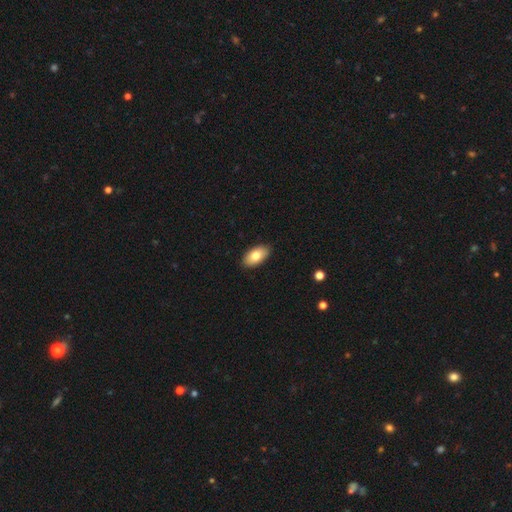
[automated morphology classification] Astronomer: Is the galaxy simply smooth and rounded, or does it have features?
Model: smooth — 79%.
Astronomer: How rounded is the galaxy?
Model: in between — 94%.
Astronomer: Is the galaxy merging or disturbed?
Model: none — 89%.